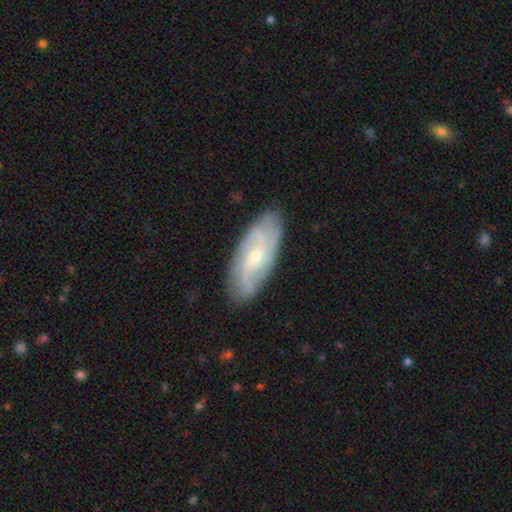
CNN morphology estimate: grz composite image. It shows a featured or disk galaxy (78%) with no bar (45%, tied with weak), 2 (38%) medium (44%) spiral arms (94%) and a small central bulge (66%). Merging: none (82%).